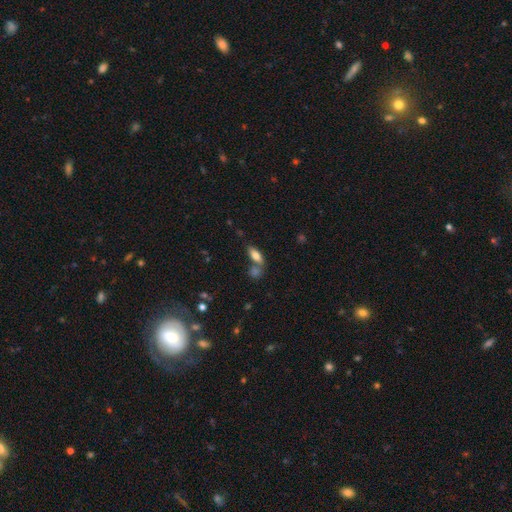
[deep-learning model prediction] Q: Smooth or featured?
A: smooth (75%); runner-up: featured or disk (17%)
Q: How rounded?
A: in between (74%); runner-up: cigar-shaped (23%)
Q: Merging?
A: none (55%); runner-up: merger (28%)